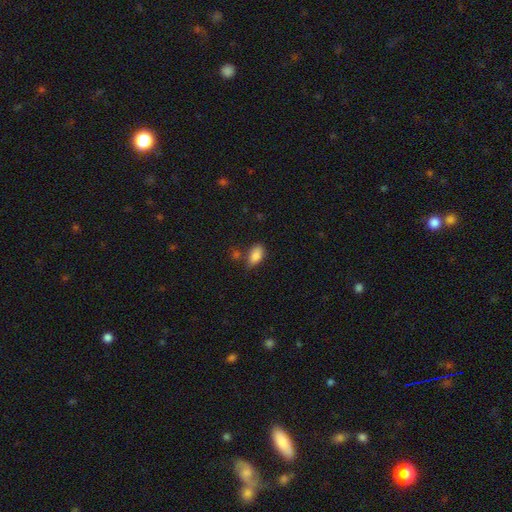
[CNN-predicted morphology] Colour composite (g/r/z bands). It shows a smooth galaxy with no disk features (85%) that is in between round and cigar-shaped (91%). Merging: none (61%).